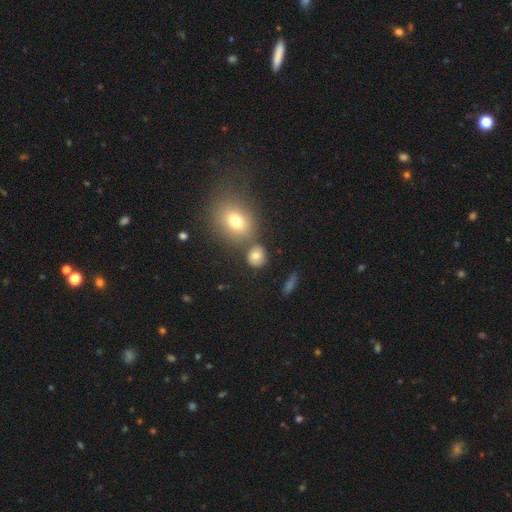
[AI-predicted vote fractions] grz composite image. It shows a smooth galaxy with no disk features (73%) that is round (79%). Merging: none (71%).